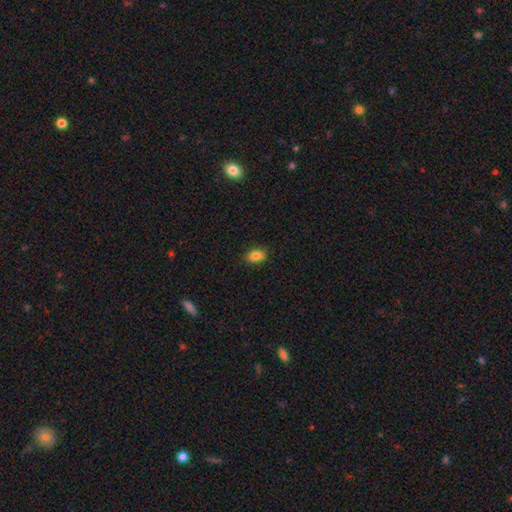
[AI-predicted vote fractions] smooth 85%, star or artifact 10%, featured or disk 6%. Down the decision tree: how rounded — in between (80%); merging — none (85%).